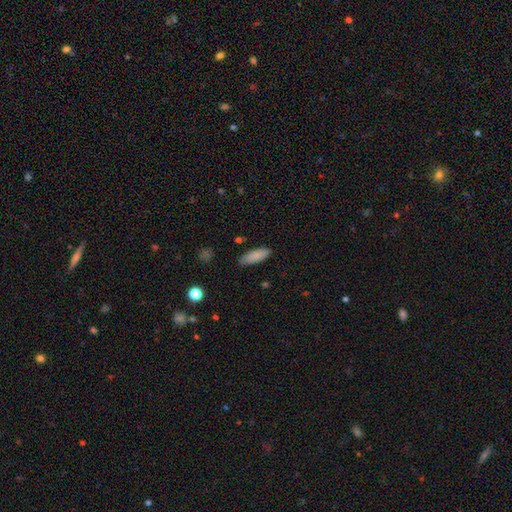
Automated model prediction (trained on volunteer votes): smooth-or-featured: smooth: 86% | featured or disk: 7% | star or artifact: 7%
  how-rounded: in between: 71% | cigar-shaped: 28% | round: 2%
  merging: none: 82% | minor disturbance: 14% | major disturbance: 2% | merger: 1%